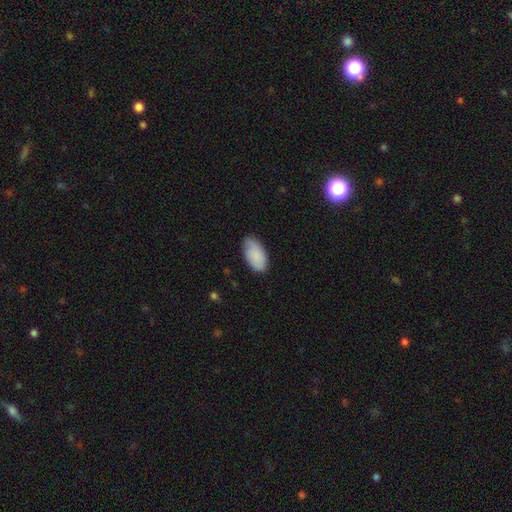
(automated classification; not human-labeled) A smooth galaxy with no disk features (85%) that is in between round and cigar-shaped (95%). Merging: none (76%).